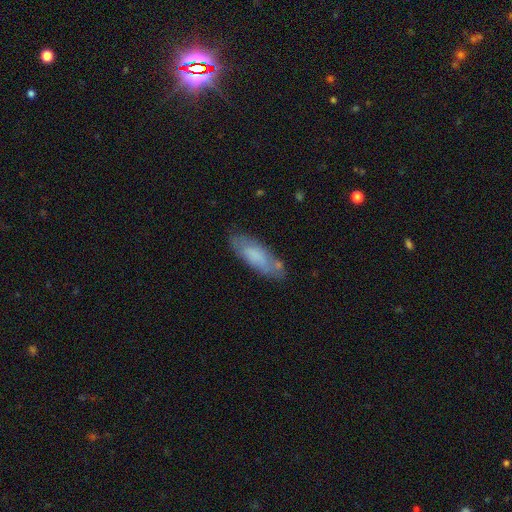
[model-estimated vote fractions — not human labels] smooth-or-featured: smooth: 68% | featured or disk: 25% | star or artifact: 7%
  how-rounded: in between: 59% | cigar-shaped: 39% | round: 2%
  merging: none: 71% | minor disturbance: 20% | major disturbance: 5% | merger: 4%